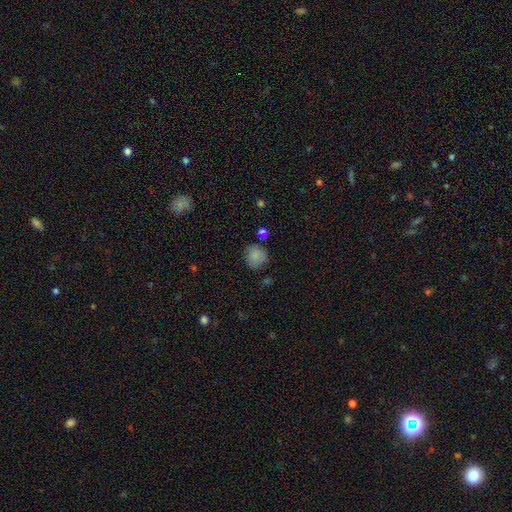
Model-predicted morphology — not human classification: Smooth or featured: smooth — 84% (star or artifact — 10%)
How rounded: round — 83% (in between — 16%)
Merging: none — 73% (minor disturbance — 17%)